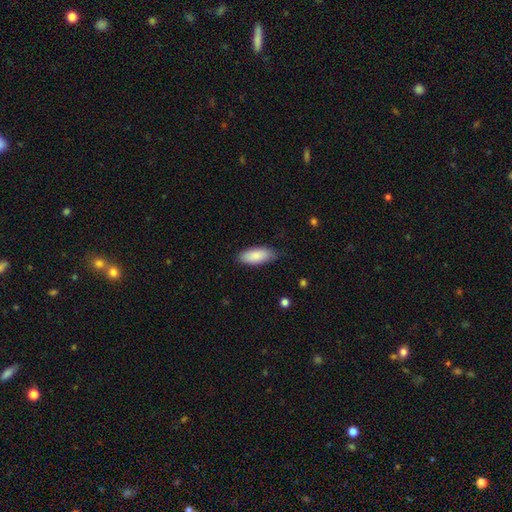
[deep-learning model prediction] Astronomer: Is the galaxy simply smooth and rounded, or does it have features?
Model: smooth — 87%.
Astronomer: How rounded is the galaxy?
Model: in between — 85%.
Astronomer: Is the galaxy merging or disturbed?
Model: none — 78%.